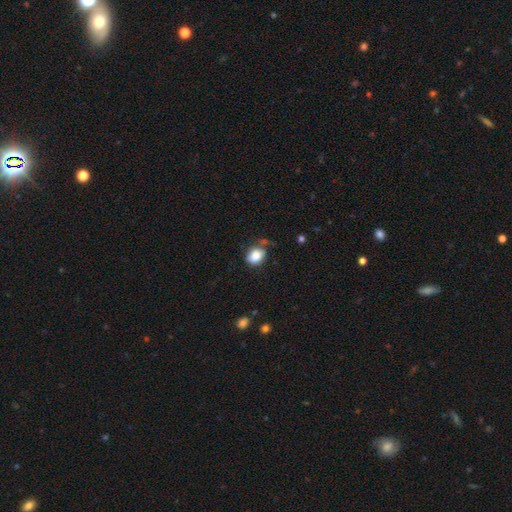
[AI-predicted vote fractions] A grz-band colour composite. It shows a smooth galaxy with no disk features (86%) that is in between round and cigar-shaped (53%). Merging: none (69%).